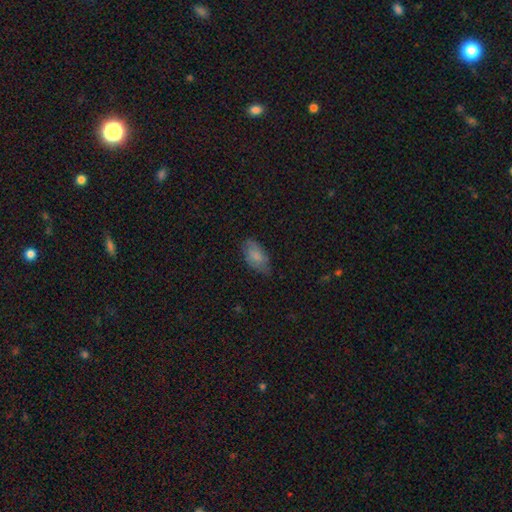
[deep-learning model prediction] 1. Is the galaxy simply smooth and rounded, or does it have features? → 80% smooth, 13% featured or disk, 7% star or artifact.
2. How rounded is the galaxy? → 93% in between, 4% cigar-shaped, 3% round.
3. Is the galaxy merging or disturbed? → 67% none, 26% minor disturbance, 6% major disturbance, 1% merger.